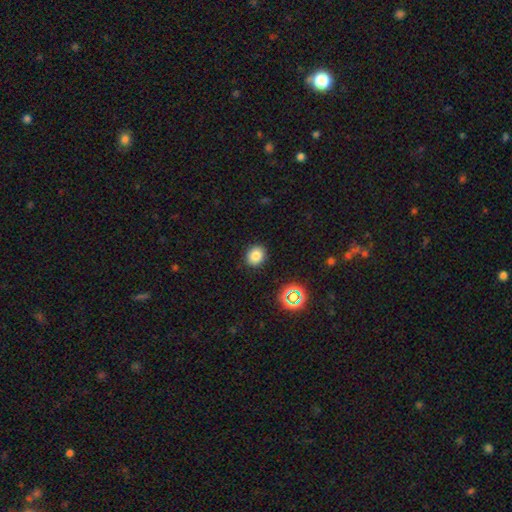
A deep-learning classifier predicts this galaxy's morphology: Q: Smooth or featured?
A: smooth (80%); runner-up: star or artifact (14%)
Q: How rounded?
A: round (63%); runner-up: in between (36%)
Q: Merging?
A: none (89%); runner-up: minor disturbance (7%)